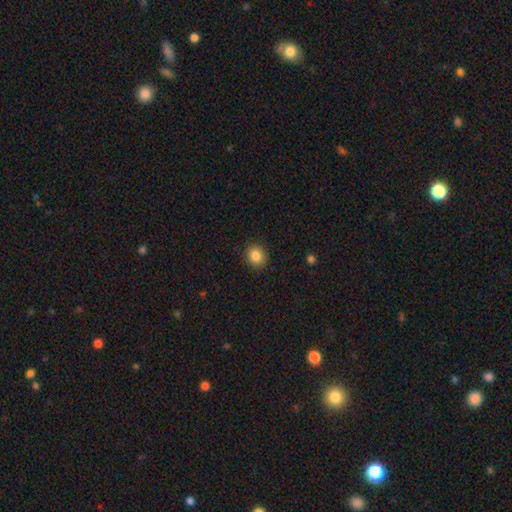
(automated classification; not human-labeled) Smooth or featured?
  - smooth: 85% *
  - star or artifact: 10%
  - featured or disk: 5%
How rounded?
  - round: 78% *
  - in between: 21%
  - cigar-shaped: 1%
Merging?
  - none: 90% *
  - minor disturbance: 7%
  - major disturbance: 2%
  - merger: 1%